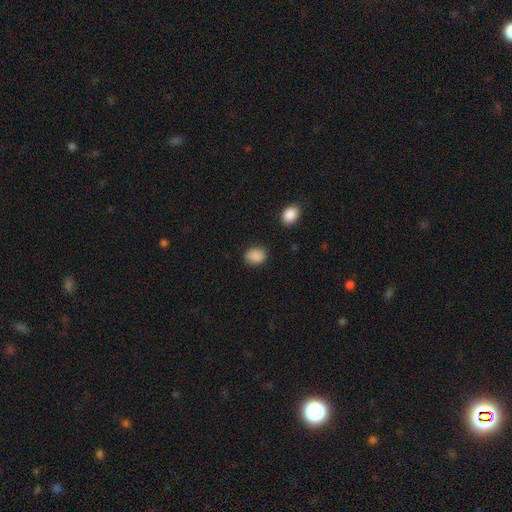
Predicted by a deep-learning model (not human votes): smooth-or-featured: smooth: 87% | star or artifact: 9% | featured or disk: 4%
  how-rounded: in between: 56% | round: 43% | cigar-shaped: 1%
  merging: none: 78% | minor disturbance: 16% | major disturbance: 4% | merger: 2%